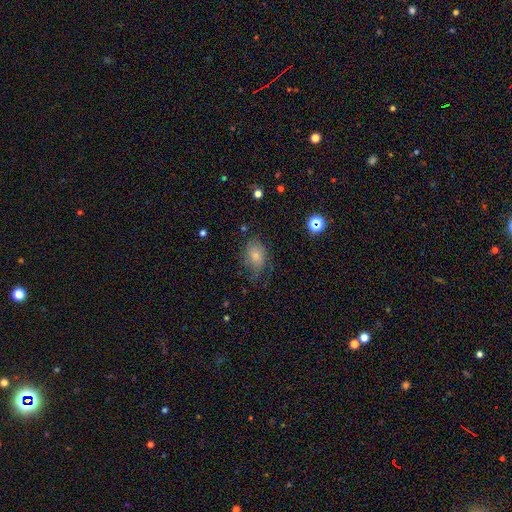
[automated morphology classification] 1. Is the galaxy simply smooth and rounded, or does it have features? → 67% smooth, 22% featured or disk, 11% star or artifact.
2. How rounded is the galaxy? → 75% in between, 24% round, 1% cigar-shaped.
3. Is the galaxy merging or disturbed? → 56% none, 28% minor disturbance, 15% major disturbance, 2% merger.